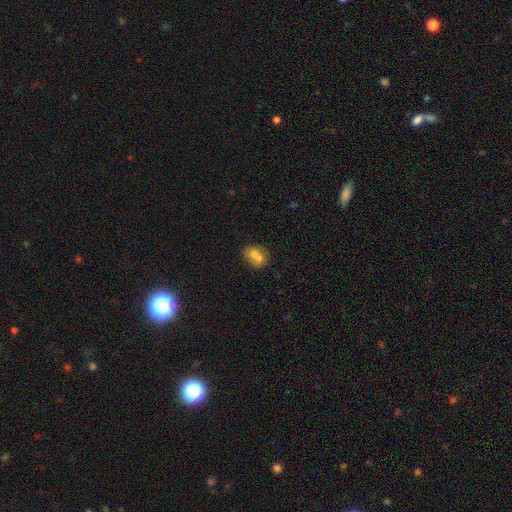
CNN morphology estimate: Overall: smooth (67%). How rounded: round (55%; in between 44%). Merging: merger (62%; none 28%).